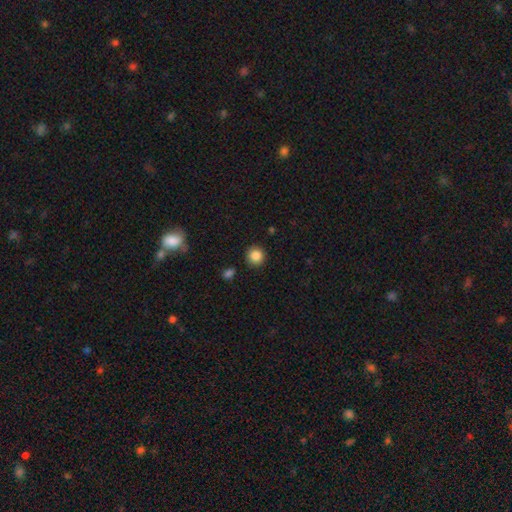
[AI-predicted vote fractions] The model was most divided on "smooth or featured": smooth: 86%, star or artifact: 10%, featured or disk: 4%. More confident: how rounded — round (93%); merging — none (89%).